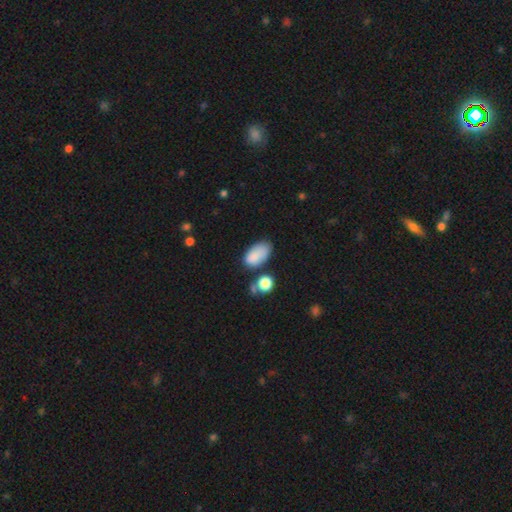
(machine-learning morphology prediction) A smooth galaxy with no disk features (84%) that is in between round and cigar-shaped (93%).

Vote fractions:
- Smooth or featured? smooth: 84% / star or artifact: 9% / featured or disk: 7%
- How rounded? in between: 93% / round: 5% / cigar-shaped: 2%
- Merging? none: 57% / minor disturbance: 25% / merger: 11% / major disturbance: 8%